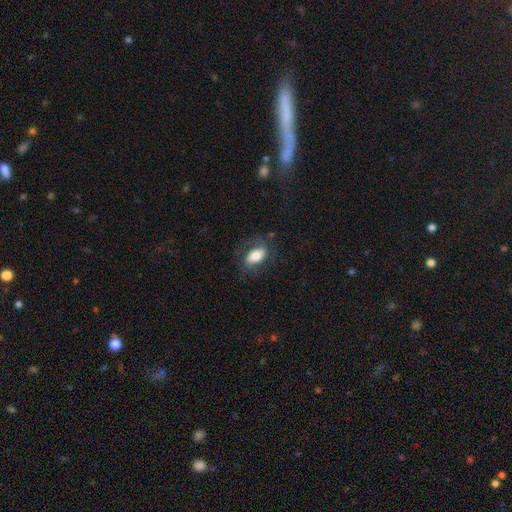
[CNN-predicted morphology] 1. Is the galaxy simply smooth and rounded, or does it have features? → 68% smooth, 25% featured or disk, 7% star or artifact.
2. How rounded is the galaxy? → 89% in between, 6% round, 5% cigar-shaped.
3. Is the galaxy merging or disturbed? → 68% none, 19% minor disturbance, 11% major disturbance, 1% merger.